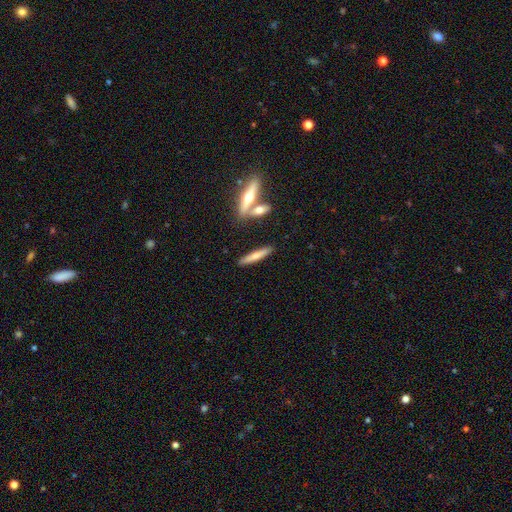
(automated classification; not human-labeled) This is possibly a smooth galaxy (59%). How rounded: clearly cigar-shaped (87%). Merging: likely none (78%).